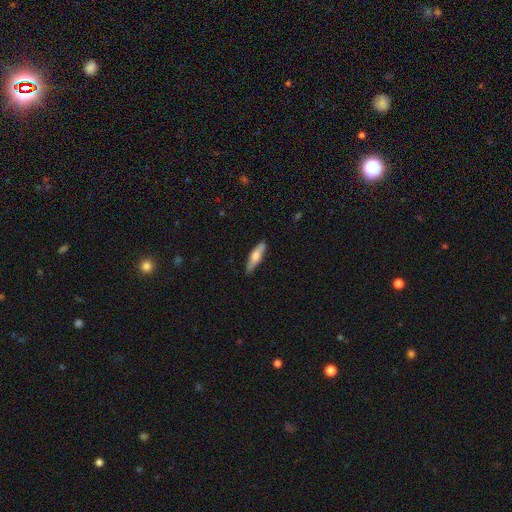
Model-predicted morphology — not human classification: Smooth or featured? smooth (58%)
How rounded? cigar-shaped (63%)
Merging? none (84%)